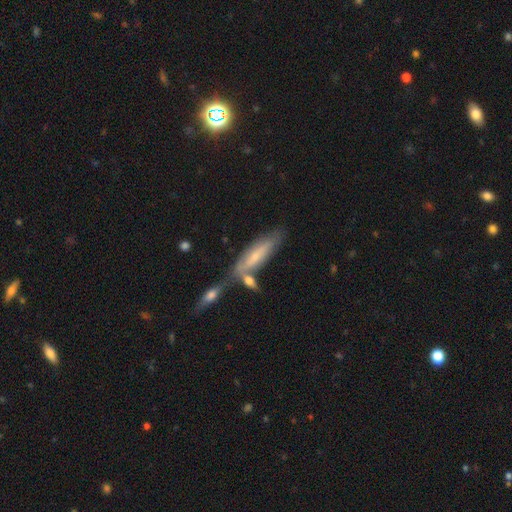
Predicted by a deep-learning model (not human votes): This is possibly a smooth galaxy (56%). How rounded: possibly cigar-shaped (60%). Merging: possibly none (47%).